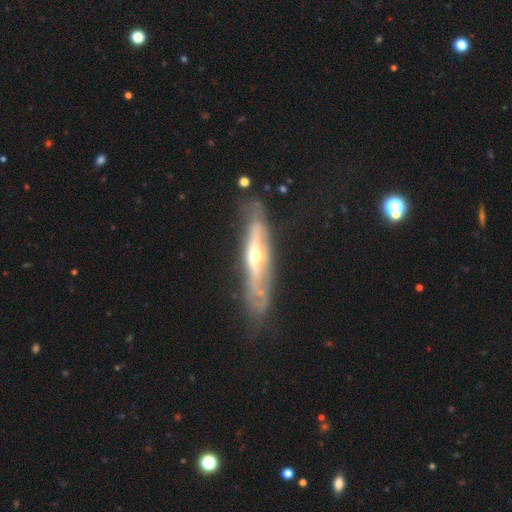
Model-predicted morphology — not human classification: featured or disk 77%, smooth 17%, star or artifact 6%. Down the decision tree: edge-on disk — yes (59%); merging — none (67%).